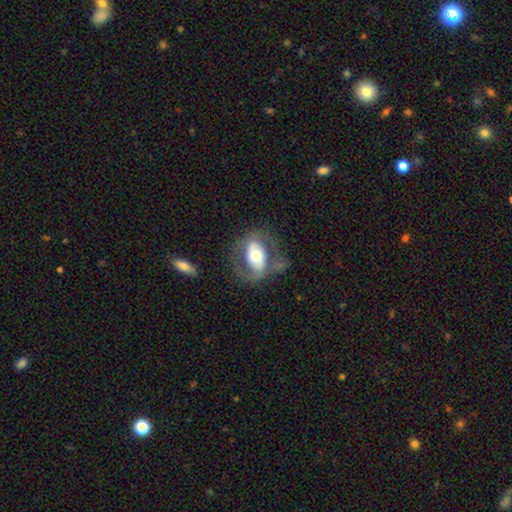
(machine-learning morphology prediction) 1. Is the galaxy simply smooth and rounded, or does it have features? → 60% featured or disk, 34% smooth, 6% star or artifact.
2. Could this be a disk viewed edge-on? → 93% no, 7% yes.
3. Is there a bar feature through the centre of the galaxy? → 51% no, 26% weak, 23% strong.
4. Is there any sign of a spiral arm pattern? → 51% no, 49% yes.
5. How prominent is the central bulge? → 61% moderate, 28% large, 7% small, 3% dominant, 1% none.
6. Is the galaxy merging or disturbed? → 56% none, 20% minor disturbance, 20% major disturbance, 5% merger.